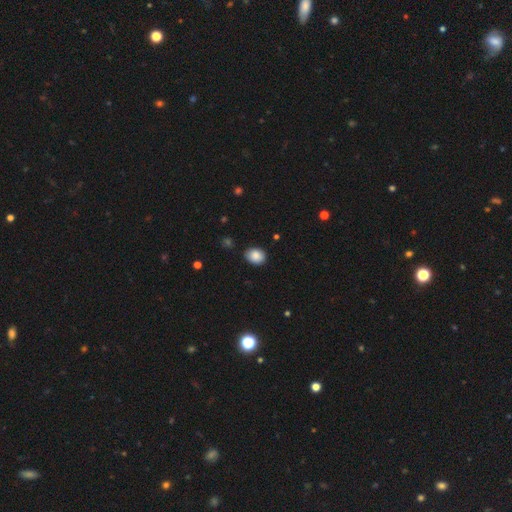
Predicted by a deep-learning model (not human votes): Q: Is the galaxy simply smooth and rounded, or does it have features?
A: smooth — 87%.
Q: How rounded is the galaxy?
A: in between — 64%.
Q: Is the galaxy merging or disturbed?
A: none — 81%.